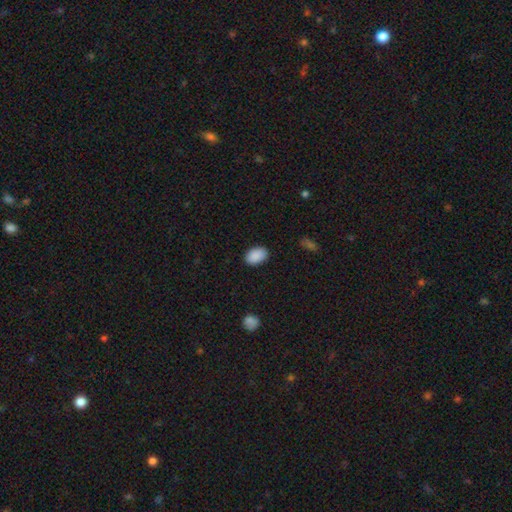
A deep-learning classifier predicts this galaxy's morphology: Q: Smooth or featured?
A: smooth (90%); runner-up: star or artifact (7%)
Q: How rounded?
A: in between (88%); runner-up: round (11%)
Q: Merging?
A: none (87%); runner-up: minor disturbance (10%)